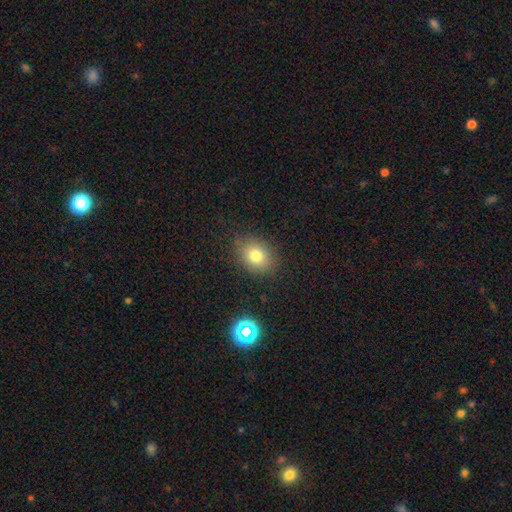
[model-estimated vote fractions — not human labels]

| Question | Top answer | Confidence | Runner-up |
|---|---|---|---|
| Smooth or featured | smooth | 77% | star or artifact (13%) |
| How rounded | round | 53% | in between (46%) |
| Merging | none | 85% | minor disturbance (11%) |